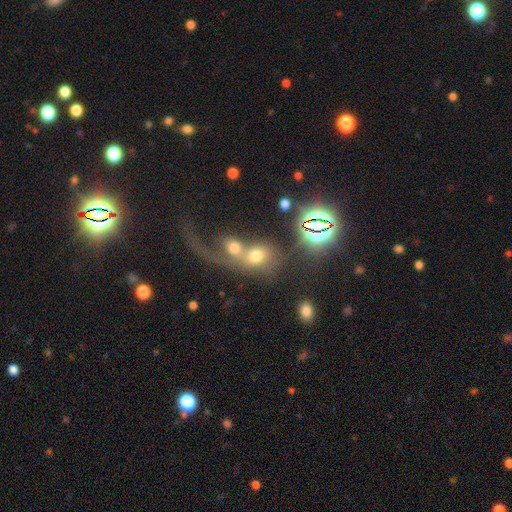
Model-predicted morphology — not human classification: This is possibly a smooth galaxy (48%). Merging: likely merger (74%).